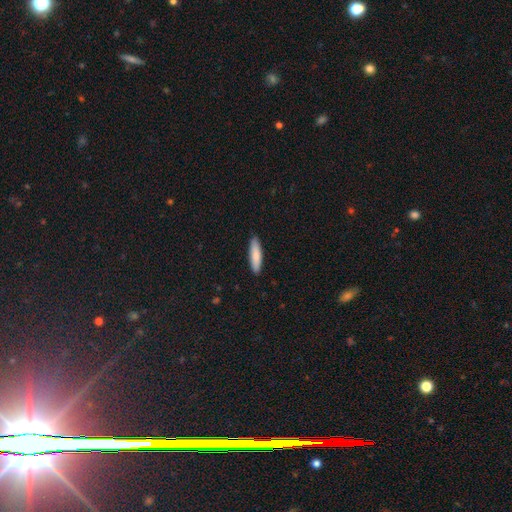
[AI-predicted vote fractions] smooth-or-featured: smooth: 84% | featured or disk: 11% | star or artifact: 5%
  how-rounded: cigar-shaped: 73% | in between: 26% | round: 1%
  merging: none: 89% | minor disturbance: 8% | major disturbance: 1% | merger: 1%